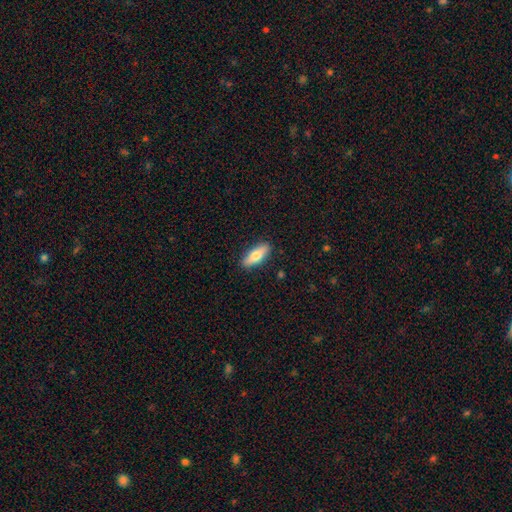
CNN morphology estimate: A smooth galaxy with no disk features (72%) that is in between round and cigar-shaped (69%).

Vote fractions:
- Smooth or featured? smooth: 72% / featured or disk: 22% / star or artifact: 6%
- How rounded? in between: 69% / cigar-shaped: 29% / round: 3%
- Merging? none: 89% / minor disturbance: 8% / major disturbance: 2% / merger: 1%